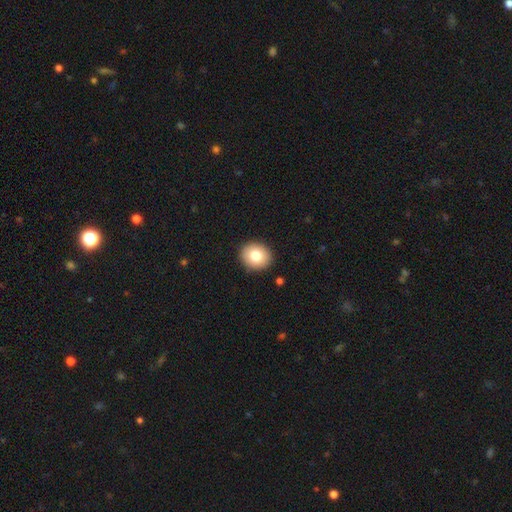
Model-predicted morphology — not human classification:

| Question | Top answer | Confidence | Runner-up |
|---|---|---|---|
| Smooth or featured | smooth | 79% | featured or disk (12%) |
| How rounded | round | 70% | in between (29%) |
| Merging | none | 91% | minor disturbance (6%) |